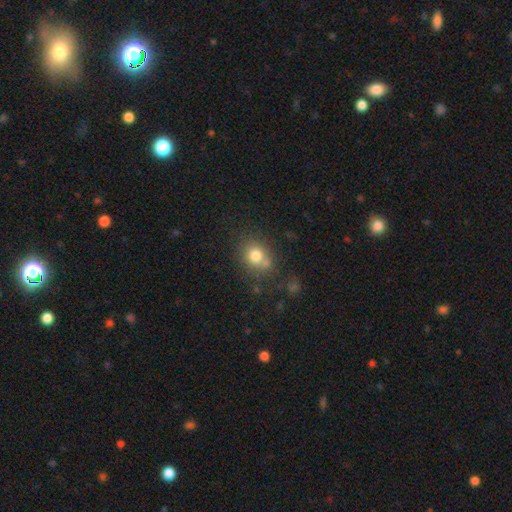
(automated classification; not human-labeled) Morphology: type=smooth (77%); roundness=round (66%); merging=none (62%).